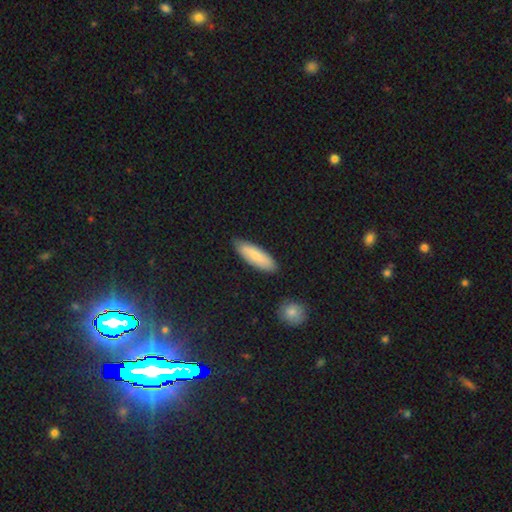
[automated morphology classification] Smooth or featured?
  - smooth: 80% *
  - featured or disk: 14%
  - star or artifact: 6%
How rounded?
  - in between: 49% * (tied)
  - cigar-shaped: 49% * (tied)
  - round: 2%
Merging?
  - none: 84% *
  - minor disturbance: 12%
  - major disturbance: 2%
  - merger: 2%